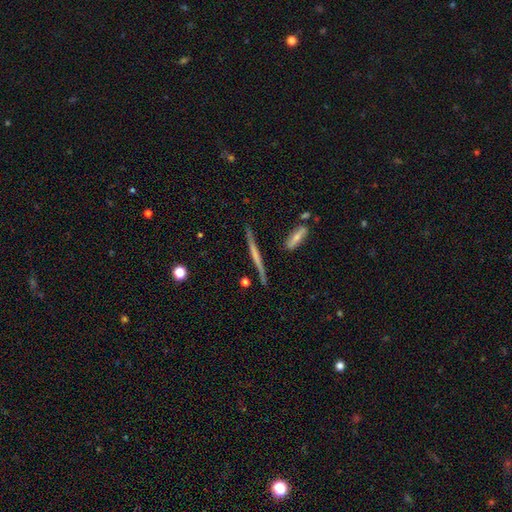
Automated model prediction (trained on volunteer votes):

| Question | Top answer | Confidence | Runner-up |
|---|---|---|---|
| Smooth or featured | featured or disk | 63% | smooth (29%) |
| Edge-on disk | yes | 95% | no (5%) |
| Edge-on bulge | none | 68% | rounded (20%) |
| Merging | none | 81% | minor disturbance (13%) |